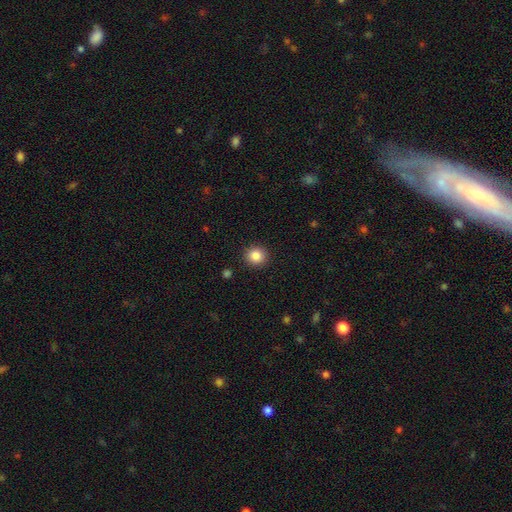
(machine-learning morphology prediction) type=smooth (86%); roundness=round (89%); merging=none (91%).